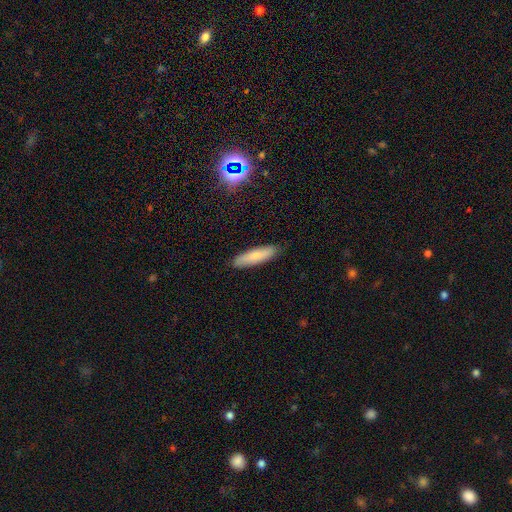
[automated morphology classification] Smooth or featured: smooth — 79% (featured or disk — 15%)
How rounded: cigar-shaped — 69% (in between — 30%)
Merging: none — 88% (minor disturbance — 9%)